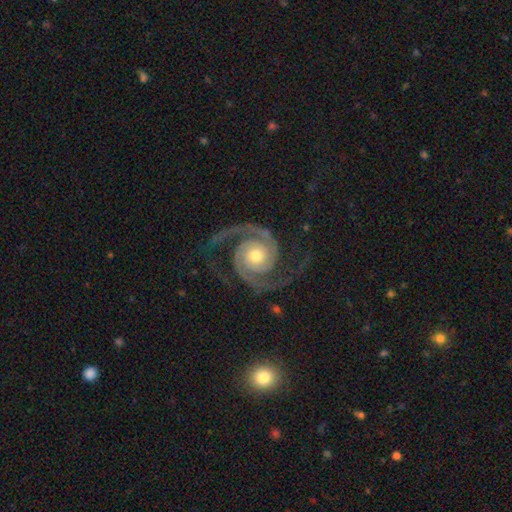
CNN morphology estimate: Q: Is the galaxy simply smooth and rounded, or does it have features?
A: featured or disk — 94%.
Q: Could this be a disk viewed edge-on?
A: no — 98%.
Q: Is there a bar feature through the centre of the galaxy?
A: no — 77%.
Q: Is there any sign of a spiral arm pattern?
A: yes — 99%.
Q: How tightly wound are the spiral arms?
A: medium — 47%.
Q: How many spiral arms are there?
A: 2 — 94%.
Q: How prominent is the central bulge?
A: moderate — 65%.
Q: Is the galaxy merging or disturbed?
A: none — 81%.